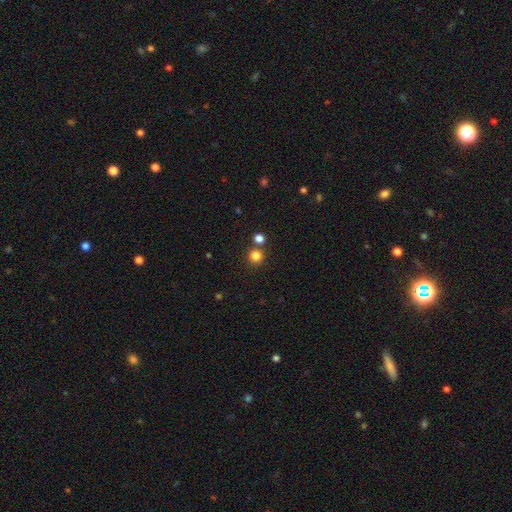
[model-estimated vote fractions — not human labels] Smooth or featured: smooth — 82% (star or artifact — 14%)
How rounded: round — 94% (in between — 5%)
Merging: none — 79% (merger — 12%)